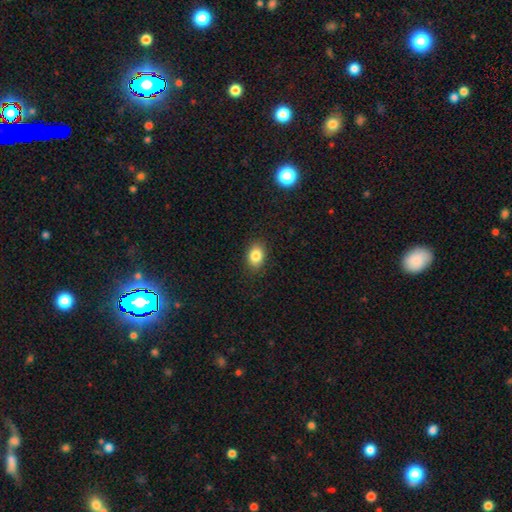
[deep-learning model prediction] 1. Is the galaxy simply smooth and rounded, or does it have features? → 85% smooth, 9% star or artifact, 6% featured or disk.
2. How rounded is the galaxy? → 75% in between, 23% round, 1% cigar-shaped.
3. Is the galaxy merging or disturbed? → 88% none, 9% minor disturbance, 2% major disturbance, 1% merger.